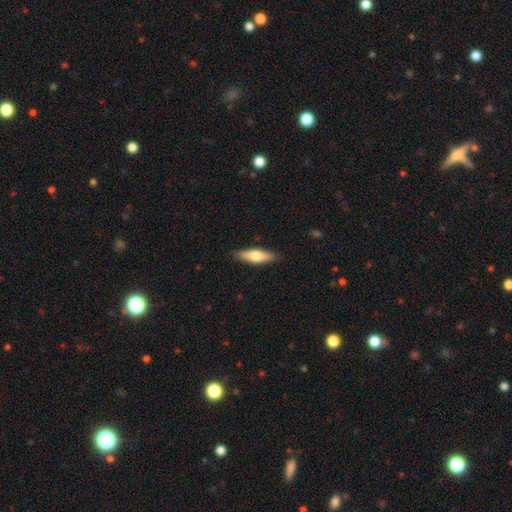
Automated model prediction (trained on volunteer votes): The model was most divided on "how rounded": cigar-shaped: 58%, in between: 39%, round: 2%. More confident: merging — none (88%); smooth or featured — smooth (63%).